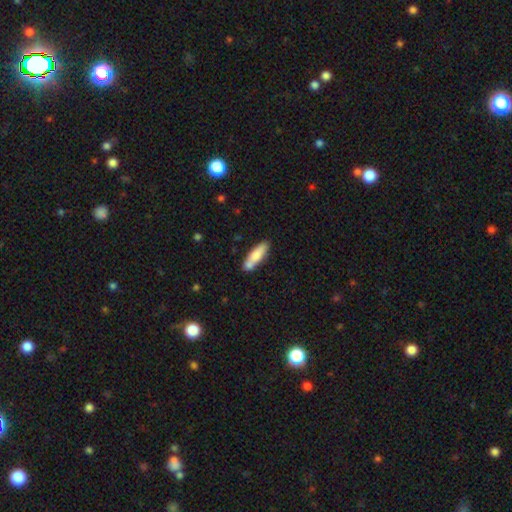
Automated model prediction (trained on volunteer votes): Smooth or featured?
  - smooth: 76% *
  - featured or disk: 19%
  - star or artifact: 6%
How rounded?
  - cigar-shaped: 61% *
  - in between: 37%
  - round: 2%
Merging?
  - none: 64% *
  - merger: 17%
  - minor disturbance: 16%
  - major disturbance: 3%